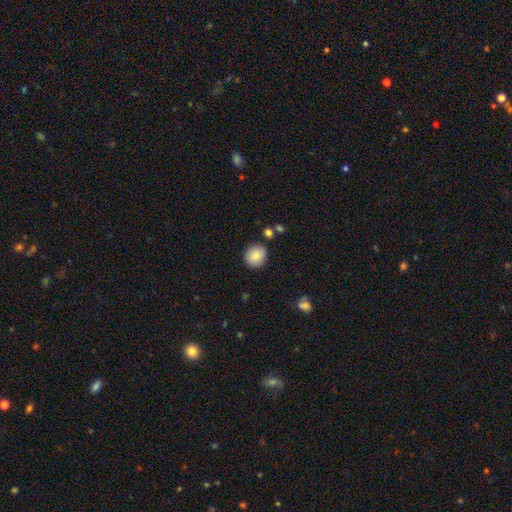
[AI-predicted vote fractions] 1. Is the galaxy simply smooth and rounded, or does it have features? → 84% smooth, 8% star or artifact, 8% featured or disk.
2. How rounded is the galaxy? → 83% round, 16% in between, 1% cigar-shaped.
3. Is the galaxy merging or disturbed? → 87% none, 8% minor disturbance, 3% merger, 2% major disturbance.